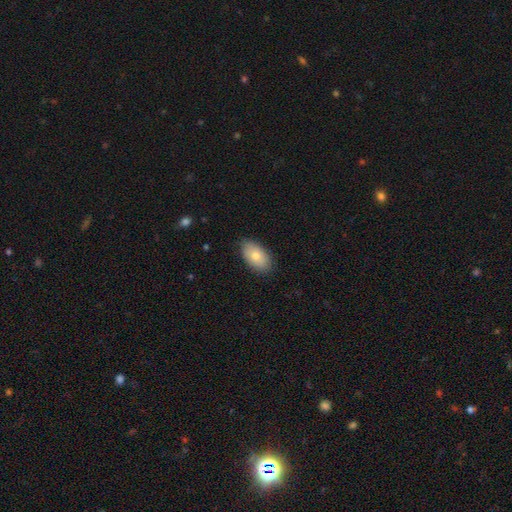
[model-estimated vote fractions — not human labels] Smooth or featured: smooth — 74% (featured or disk — 18%)
How rounded: in between — 93% (round — 6%)
Merging: none — 86% (minor disturbance — 11%)